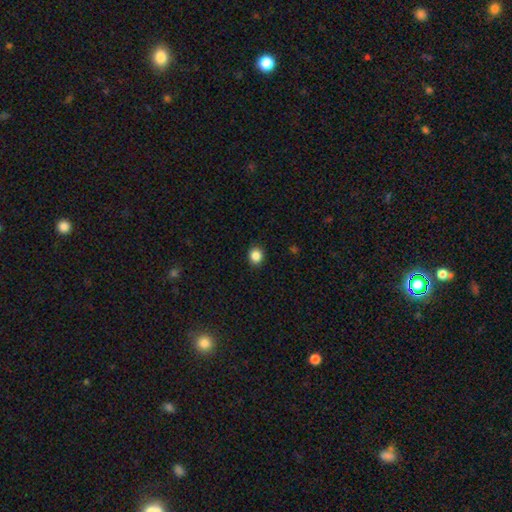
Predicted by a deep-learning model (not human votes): This appears to be a smooth galaxy with no disk features (86%) that is round (78%). Merging: none (91%).